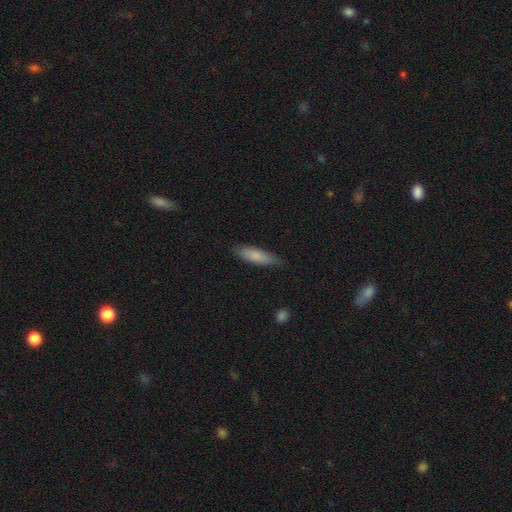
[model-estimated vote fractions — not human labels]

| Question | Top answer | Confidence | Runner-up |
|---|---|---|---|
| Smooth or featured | smooth | 80% | featured or disk (14%) |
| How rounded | cigar-shaped | 56% | in between (42%) |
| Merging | none | 78% | minor disturbance (18%) |